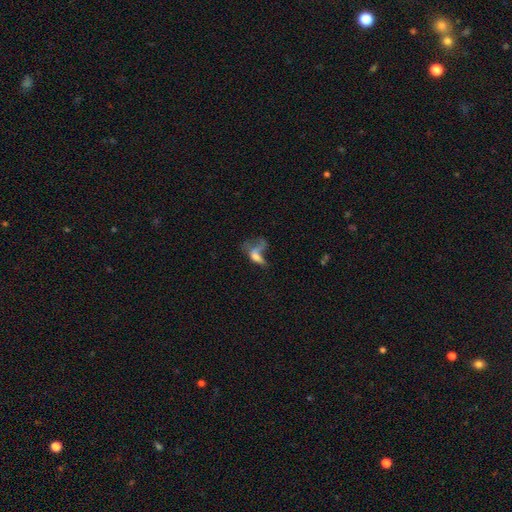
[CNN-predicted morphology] Overall: smooth (47%; featured or disk 37%). Merging: major disturbance (47%; merger 24%).